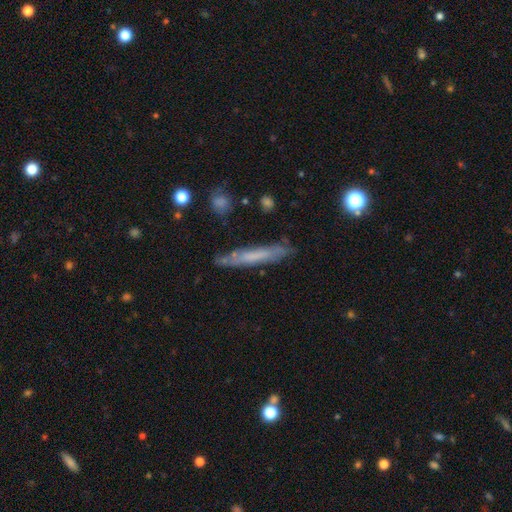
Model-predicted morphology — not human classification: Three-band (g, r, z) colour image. It shows a smooth galaxy with no disk features (47%). Merging: none (75%).